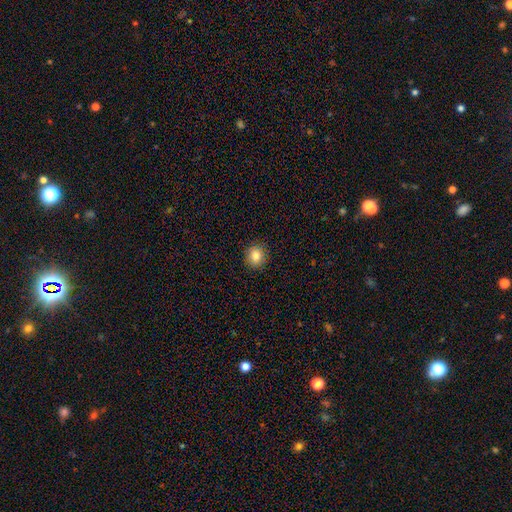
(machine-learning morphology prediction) The model was most divided on "how rounded": round: 78%, in between: 21%, cigar-shaped: 1%. More confident: merging — none (90%); smooth or featured — smooth (84%).